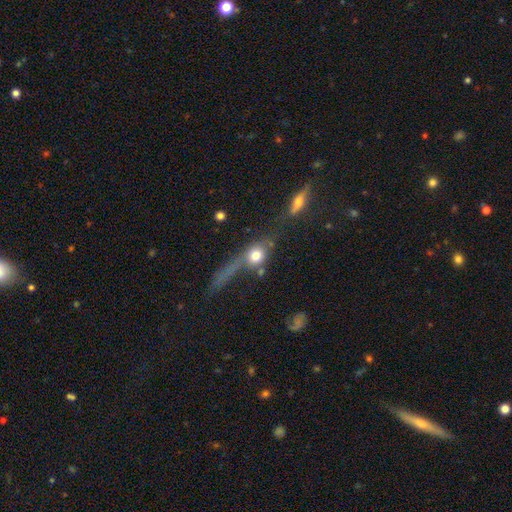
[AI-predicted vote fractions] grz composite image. It shows a smooth galaxy with no disk features (58%) that is round (56%). Merging: none (41%).